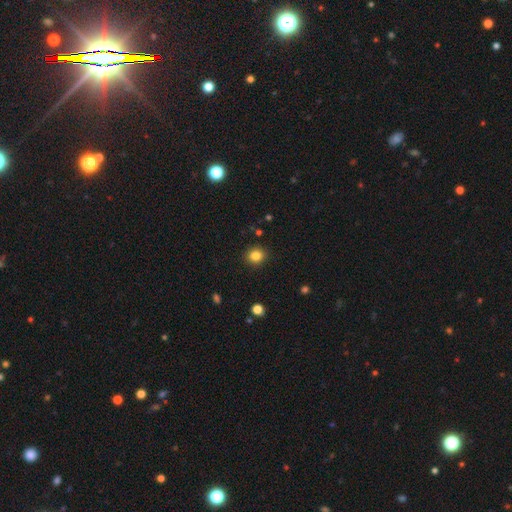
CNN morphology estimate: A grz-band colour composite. It shows a smooth galaxy with no disk features (84%) that is round (80%). Merging: none (90%).